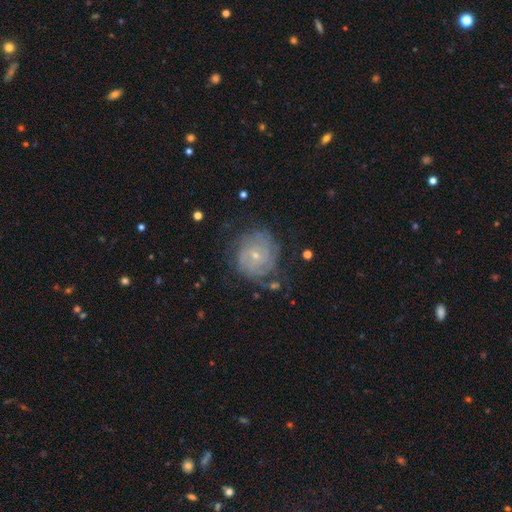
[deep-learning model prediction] The model was most divided on "spiral arm count": can't tell: 43%, 2: 17%, 3: 15%, 4: 13%, more than 4: 7%, 1: 6%. More confident: edge-on disk — no (98%); spiral arms — yes (92%); smooth or featured — featured or disk (78%); bulge size — small (77%); spiral winding — tight (72%); bar — no (70%); merging — none (67%).